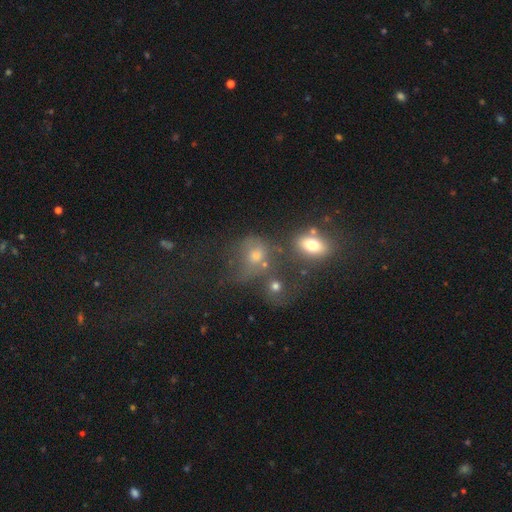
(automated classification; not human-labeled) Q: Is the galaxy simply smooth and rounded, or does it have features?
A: smooth — 54%.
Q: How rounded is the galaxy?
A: in between — 49%.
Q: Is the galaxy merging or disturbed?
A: merger — 39%.